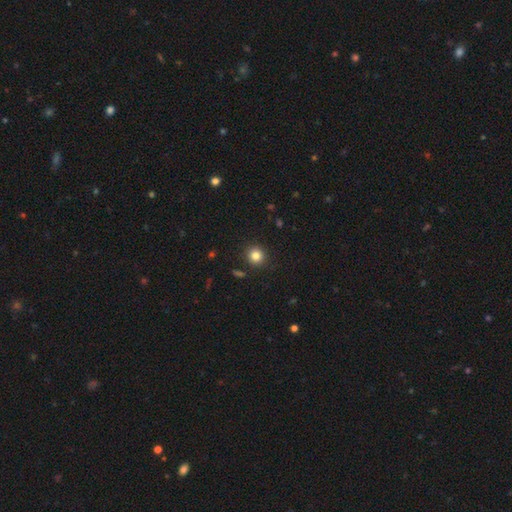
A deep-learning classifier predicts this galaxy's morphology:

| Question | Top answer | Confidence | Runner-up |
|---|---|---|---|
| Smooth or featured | smooth | 83% | star or artifact (12%) |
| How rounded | round | 90% | in between (9%) |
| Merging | none | 90% | minor disturbance (6%) |